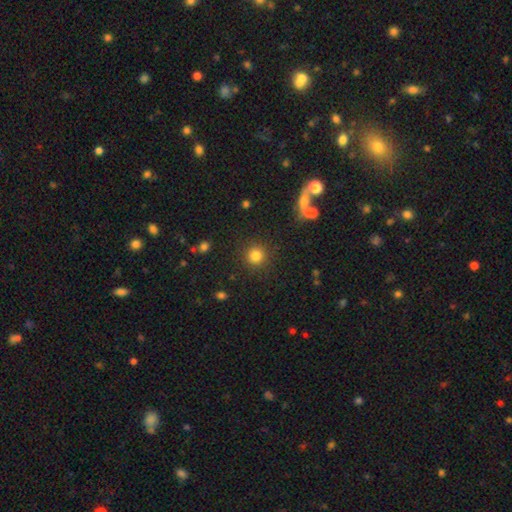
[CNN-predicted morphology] Smooth or featured? smooth (81%)
How rounded? round (93%)
Merging? none (89%)